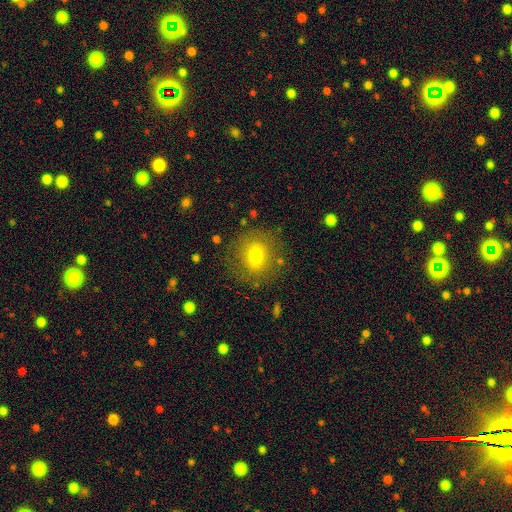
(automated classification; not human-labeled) This is likely a smooth galaxy (69%). How rounded: likely round (78%). Merging: clearly none (81%).